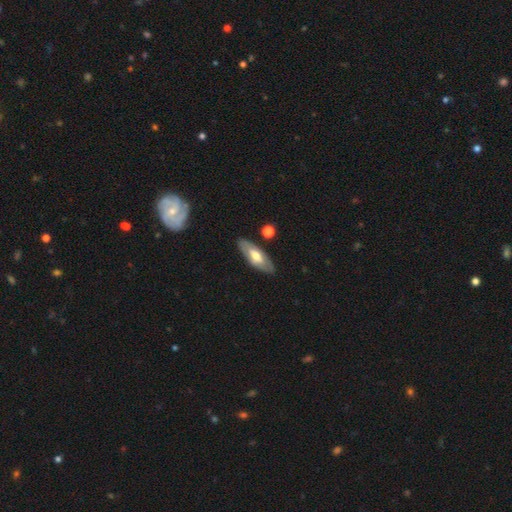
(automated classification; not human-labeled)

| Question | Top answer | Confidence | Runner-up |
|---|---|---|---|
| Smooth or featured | featured or disk | 47% | tied: smooth (47%) |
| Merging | none | 83% | minor disturbance (12%) |